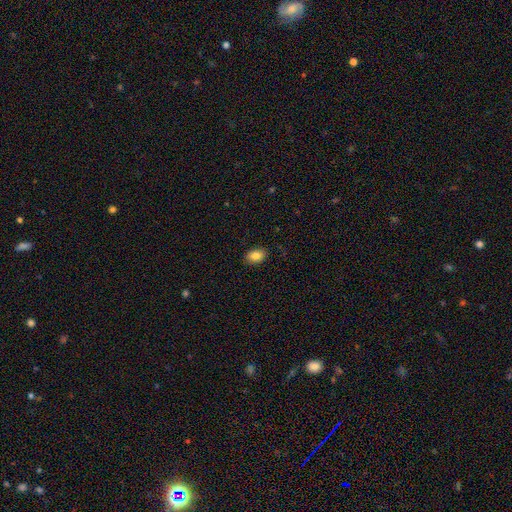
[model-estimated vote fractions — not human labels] Overall: smooth (86%). How rounded: in between (86%). Merging: none (89%).